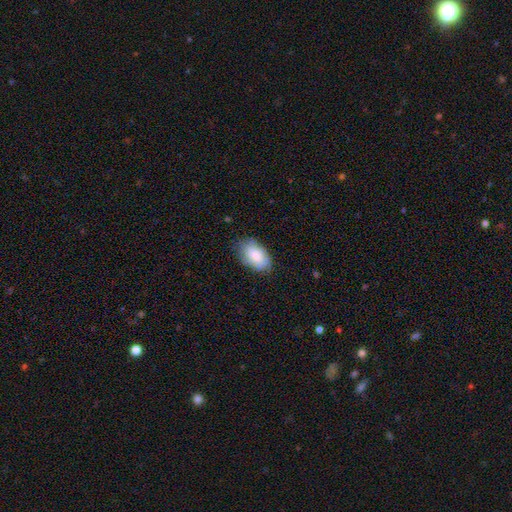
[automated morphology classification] smooth-or-featured: smooth: 78% | featured or disk: 15% | star or artifact: 6%
  how-rounded: in between: 93% | round: 6% | cigar-shaped: 1%
  merging: none: 71% | minor disturbance: 22% | major disturbance: 5% | merger: 1%